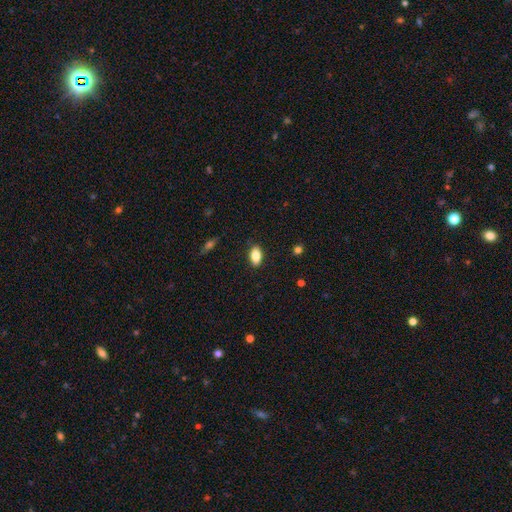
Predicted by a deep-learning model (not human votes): Overall: smooth (83%). How rounded: in between (90%). Merging: none (87%).